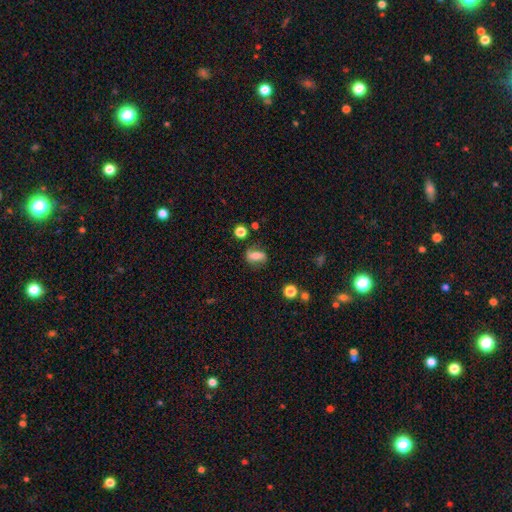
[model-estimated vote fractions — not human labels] This appears to be a smooth galaxy with no disk features (59%) that is in between round and cigar-shaped (64%). Merging: none (71%).